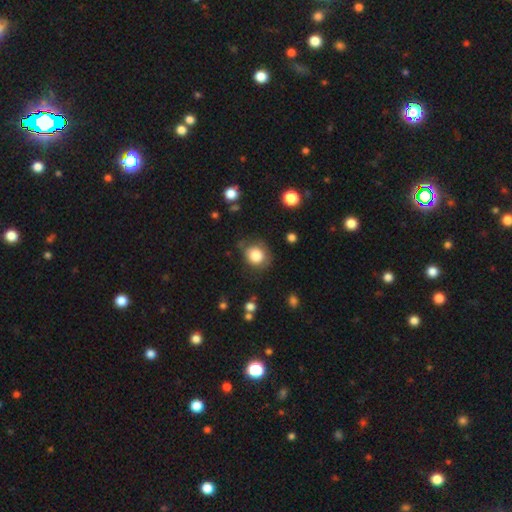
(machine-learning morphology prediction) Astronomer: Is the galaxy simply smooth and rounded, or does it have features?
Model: smooth — 82%.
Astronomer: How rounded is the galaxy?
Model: round — 84%.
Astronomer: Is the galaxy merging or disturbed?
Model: none — 72%.